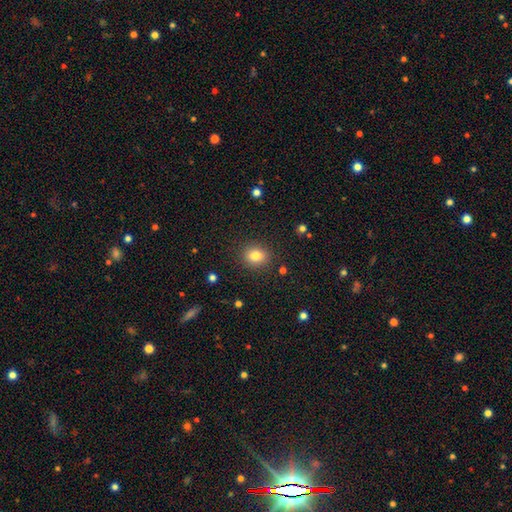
smooth-or-featured: smooth: 92% | star or artifact: 5% | featured or disk: 3%
  how-rounded: round: 63% | in between: 37% | cigar-shaped: 0%
  merging: none: 94% | minor disturbance: 3% | major disturbance: 3% | merger: 0%